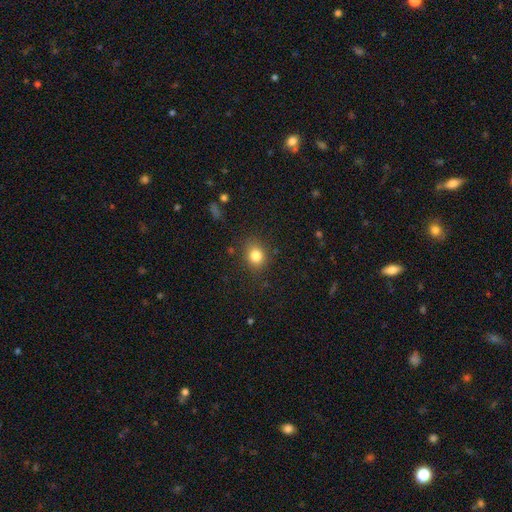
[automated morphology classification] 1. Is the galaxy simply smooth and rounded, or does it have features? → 82% smooth, 11% star or artifact, 7% featured or disk.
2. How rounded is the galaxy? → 58% round, 41% in between, 1% cigar-shaped.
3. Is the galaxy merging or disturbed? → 83% none, 12% minor disturbance, 4% major disturbance, 2% merger.